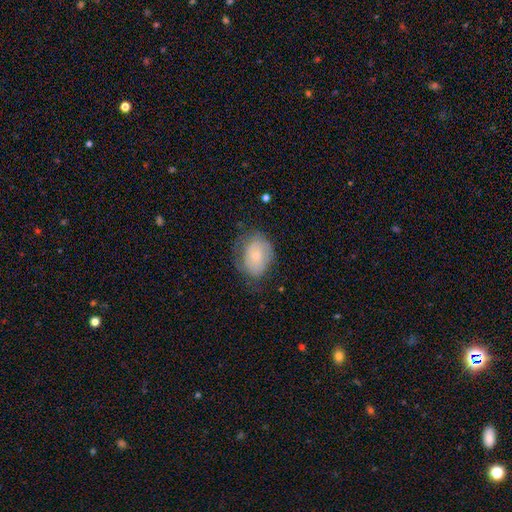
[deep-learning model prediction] The model was most divided on "smooth or featured": smooth: 52%, featured or disk: 40%, star or artifact: 8%. More confident: how rounded — in between (59%); merging — none (56%).